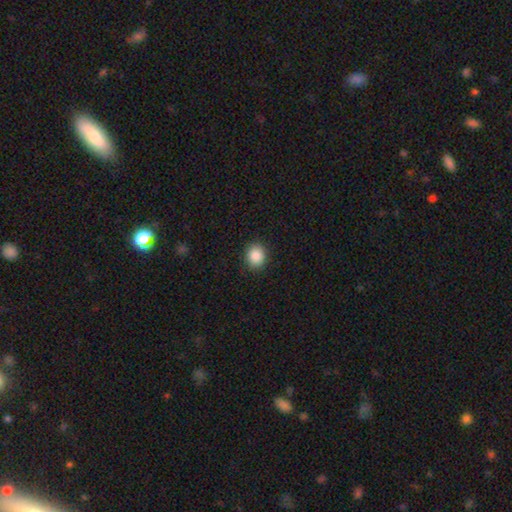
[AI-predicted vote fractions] Smooth or featured? Predicted: smooth (p=0.89). How rounded? Predicted: round (p=0.69). Merging? Predicted: none (p=0.90).